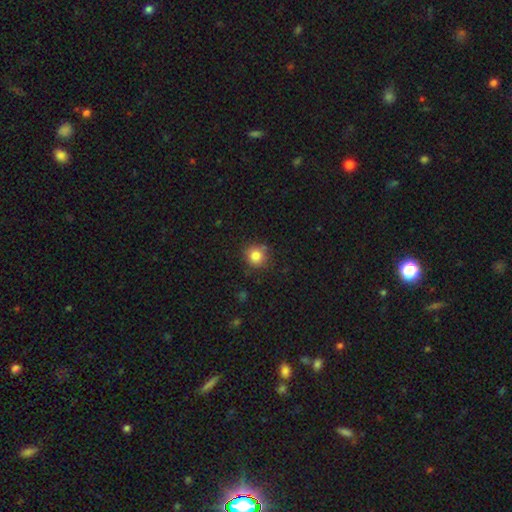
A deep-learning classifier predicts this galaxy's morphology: smooth-or-featured: smooth: 83% | star or artifact: 11% | featured or disk: 6%
  how-rounded: round: 90% | in between: 9% | cigar-shaped: 1%
  merging: none: 80% | minor disturbance: 14% | major disturbance: 3% | merger: 3%